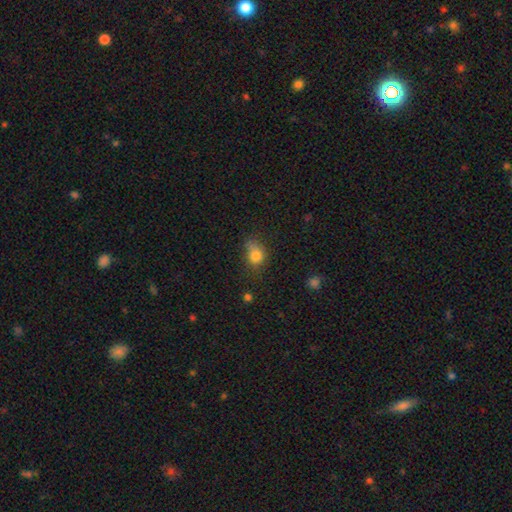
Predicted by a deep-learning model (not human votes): Morphology: type=smooth (79%); roundness=in between (49%, tied with round); merging=none (50%).